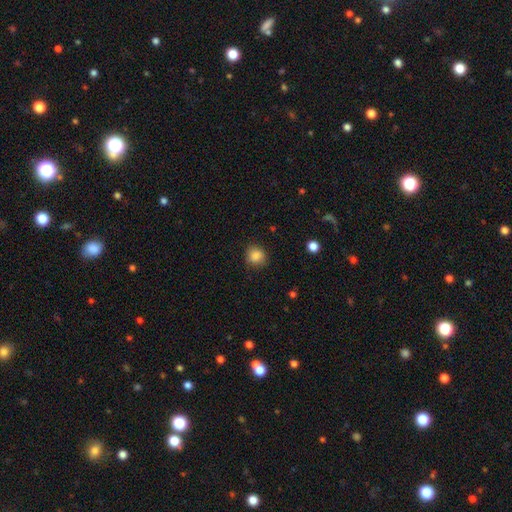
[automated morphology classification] Overall: smooth (86%). How rounded: round (85%). Merging: none (83%).